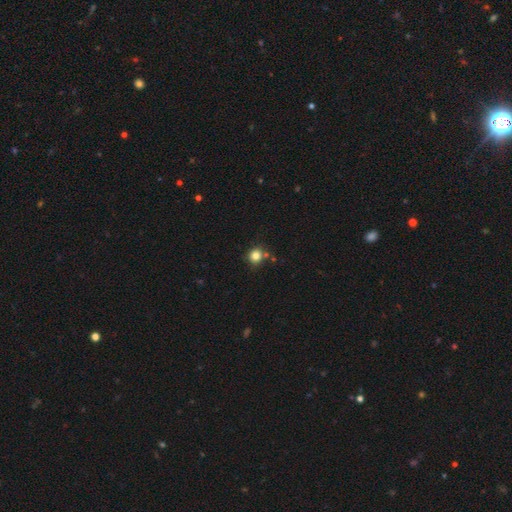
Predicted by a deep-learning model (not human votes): smooth_or_featured: smooth (p=0.83) [alt: star or artifact p=0.12]
how_rounded: round (p=0.87) [alt: in between p=0.12]
merging: none (p=0.75) [alt: minor disturbance p=0.12]